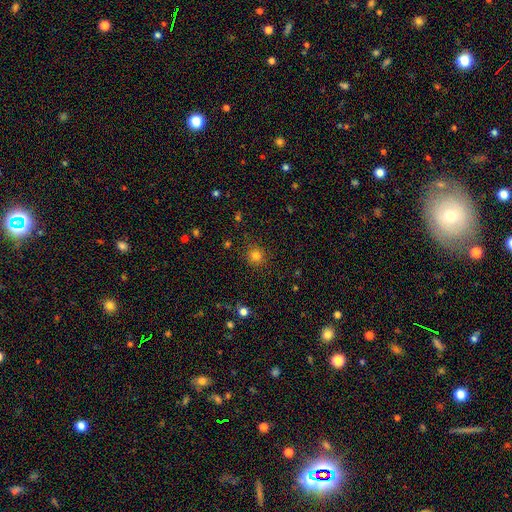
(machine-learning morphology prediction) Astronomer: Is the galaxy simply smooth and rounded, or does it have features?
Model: smooth — 80%.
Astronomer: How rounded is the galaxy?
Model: round — 92%.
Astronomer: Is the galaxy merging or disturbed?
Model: none — 89%.